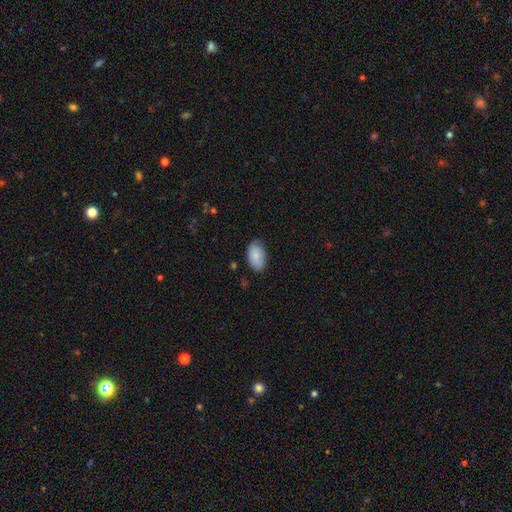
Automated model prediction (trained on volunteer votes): A smooth galaxy with no disk features (83%) that is in between round and cigar-shaped (93%). Merging: none (77%).